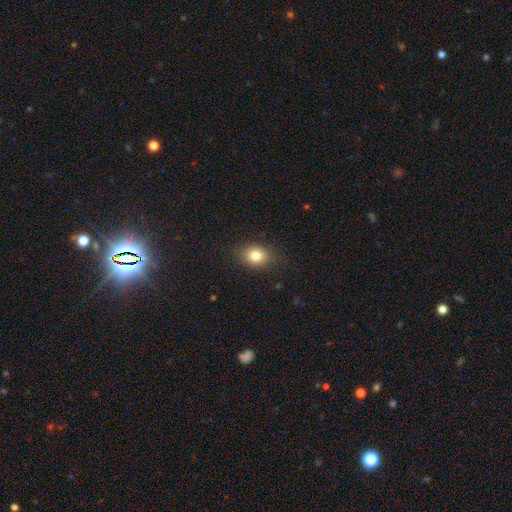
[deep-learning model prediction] A smooth galaxy with no disk features (81%) that is in between round and cigar-shaped (54%). Merging: none (83%).